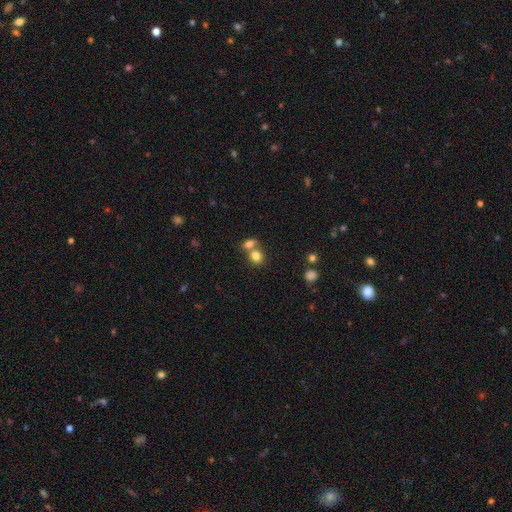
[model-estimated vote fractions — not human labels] smooth_or_featured: smooth (p=0.80) [alt: star or artifact p=0.11]
how_rounded: round (p=0.58) [alt: in between p=0.40]
merging: merger (p=0.51) [alt: none p=0.38]